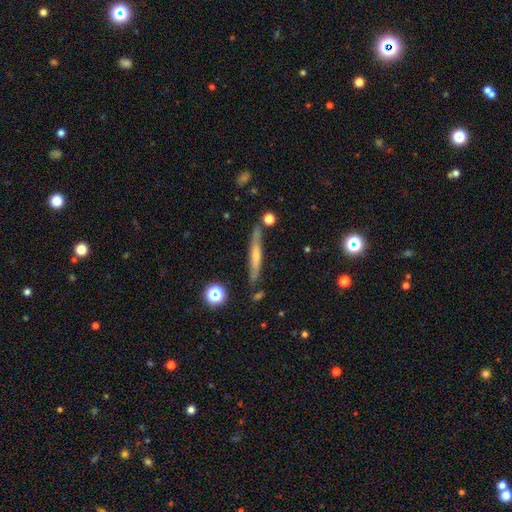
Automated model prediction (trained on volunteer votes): Smooth or featured?
  - featured or disk: 60% *
  - smooth: 31%
  - star or artifact: 10%
Edge-on disk?
  - yes: 93% *
  - no: 7%
Edge-on bulge?
  - rounded: 53% *
  - none: 38%
  - boxy: 9%
Merging?
  - none: 80% *
  - minor disturbance: 13%
  - merger: 5%
  - major disturbance: 3%